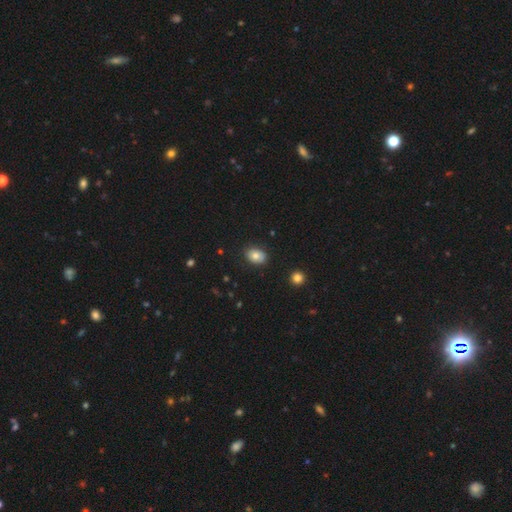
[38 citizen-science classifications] Smooth or featured? smooth (74%)
How rounded? in between (82%)
Merging? none (83%)